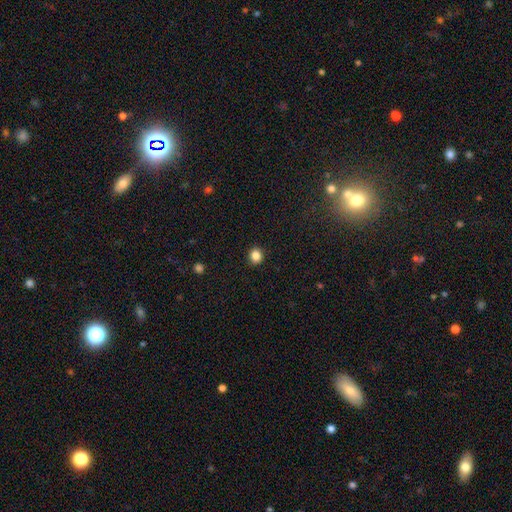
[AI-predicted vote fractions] The model was most divided on "how rounded": round: 81%, in between: 18%, cigar-shaped: 1%. More confident: merging — none (91%); smooth or featured — smooth (85%).